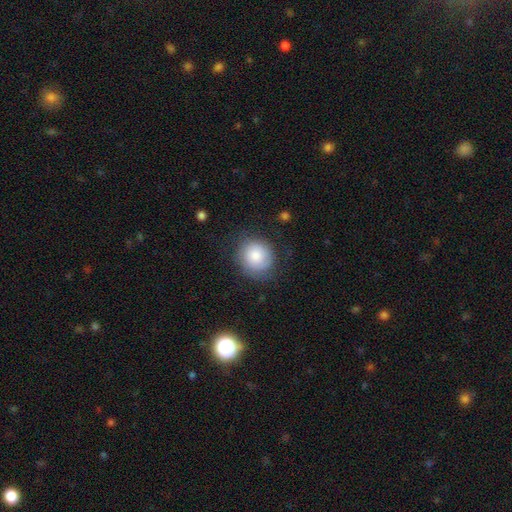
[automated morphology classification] A smooth galaxy with no disk features (76%) that is round (86%).

Vote fractions:
- Smooth or featured? smooth: 76% / featured or disk: 16% / star or artifact: 8%
- How rounded? round: 86% / in between: 13% / cigar-shaped: 1%
- Merging? none: 72% / minor disturbance: 19% / major disturbance: 8% / merger: 1%